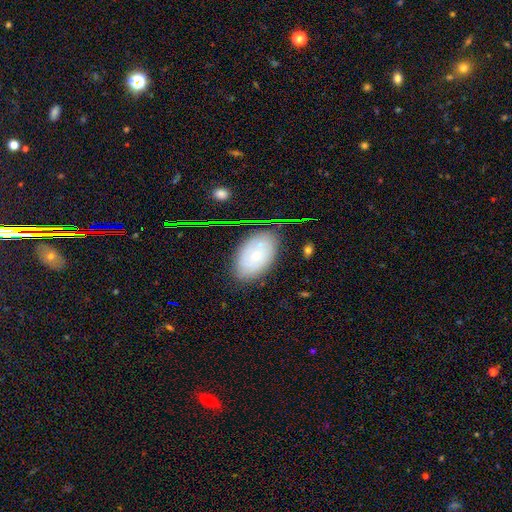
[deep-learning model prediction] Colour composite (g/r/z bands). It shows a smooth galaxy with no disk features (46%). Merging: none (79%).